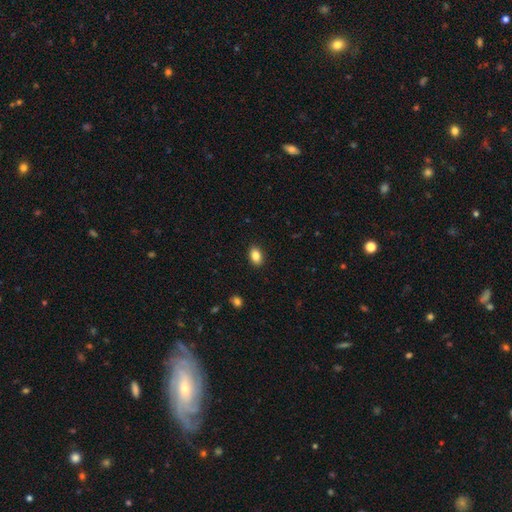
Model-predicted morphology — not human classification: Overall: smooth (87%). How rounded: in between (86%). Merging: none (90%).